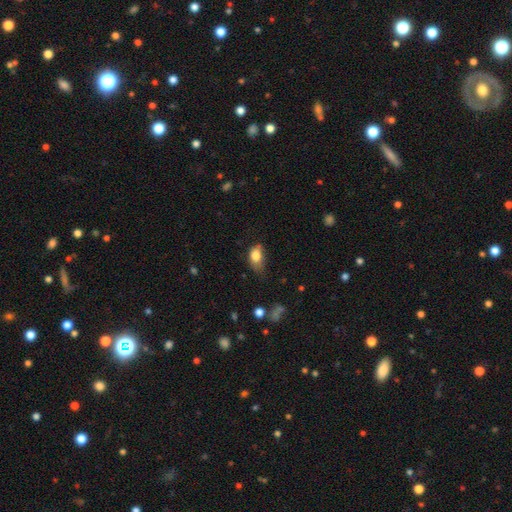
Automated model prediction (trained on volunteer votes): smooth 80%, featured or disk 11%, star or artifact 9%. Down the decision tree: how rounded — in between (84%); merging — minor disturbance (42%).